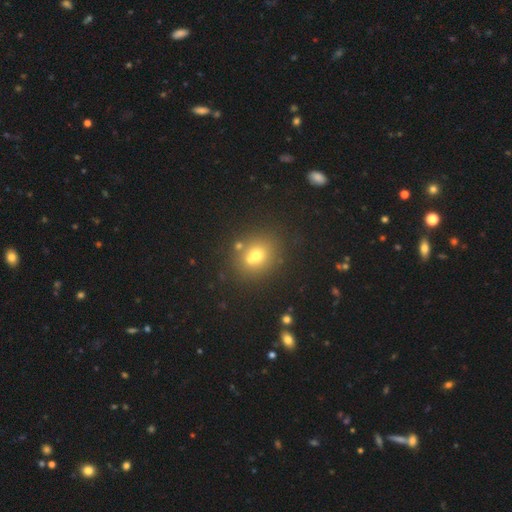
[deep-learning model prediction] Smooth or featured? smooth (63%)
How rounded? round (72%)
Merging? none (58%)